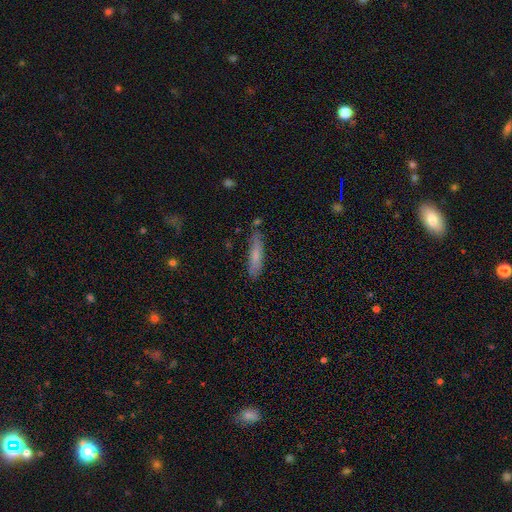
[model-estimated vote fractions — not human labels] Smooth or featured?
  - smooth: 70% *
  - featured or disk: 24%
  - star or artifact: 7%
How rounded?
  - cigar-shaped: 79% *
  - in between: 20%
  - round: 2%
Merging?
  - none: 79% *
  - minor disturbance: 15%
  - merger: 3%
  - major disturbance: 3%